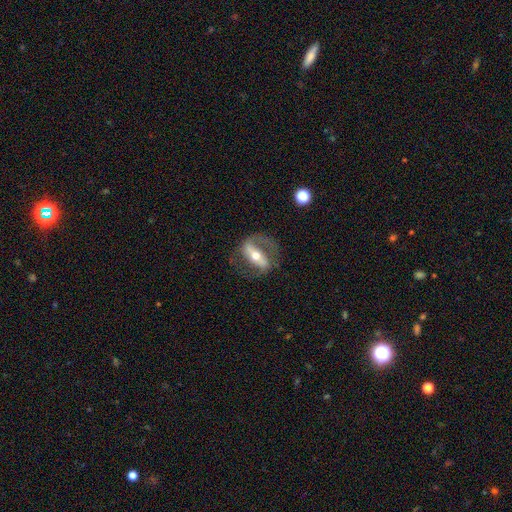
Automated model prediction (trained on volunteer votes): This is likely a featured or disk galaxy (78%). It is clearly not viewed edge-on (89%). Bar: likely strong (63%). Spiral arm pattern: clearly yes (83%). Spiral arm count: clearly 2 (82%). Spiral winding: possibly medium (48%). Central bulge: likely moderate (66%). Merging: likely none (68%).